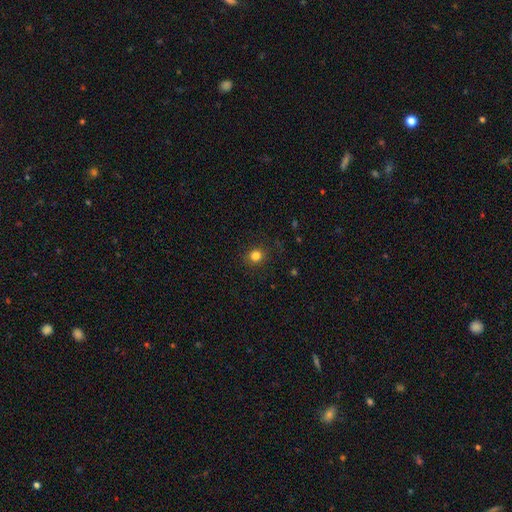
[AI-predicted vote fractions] This appears to be a smooth galaxy with no disk features (82%) that is round (86%). Merging: none (90%).